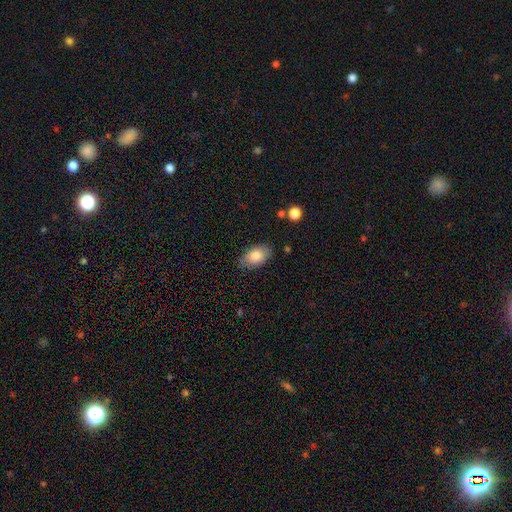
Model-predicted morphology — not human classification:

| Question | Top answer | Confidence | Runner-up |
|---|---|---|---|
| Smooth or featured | smooth | 80% | featured or disk (13%) |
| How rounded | in between | 93% | round (6%) |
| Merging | none | 82% | minor disturbance (13%) |